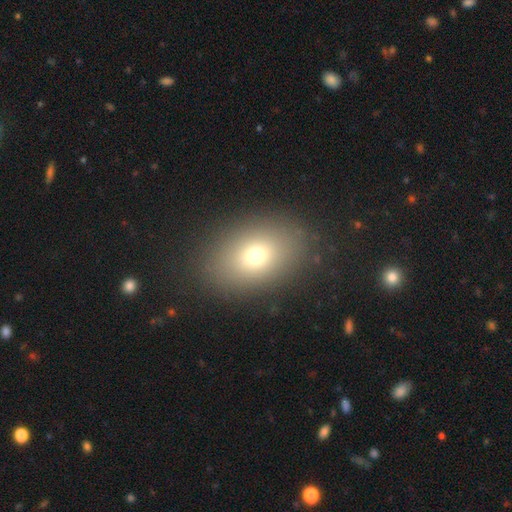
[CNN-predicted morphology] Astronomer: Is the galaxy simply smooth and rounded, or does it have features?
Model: smooth — 71%.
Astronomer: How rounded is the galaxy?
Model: in between — 75%.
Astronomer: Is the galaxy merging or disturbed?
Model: none — 86%.